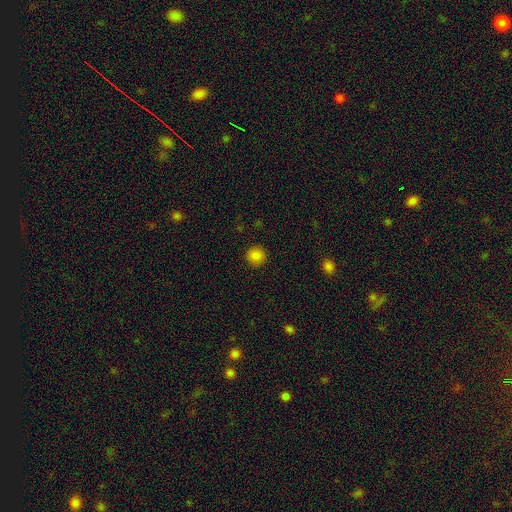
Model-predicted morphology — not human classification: Smooth or featured? smooth (84%)
How rounded? round (93%)
Merging? none (92%)